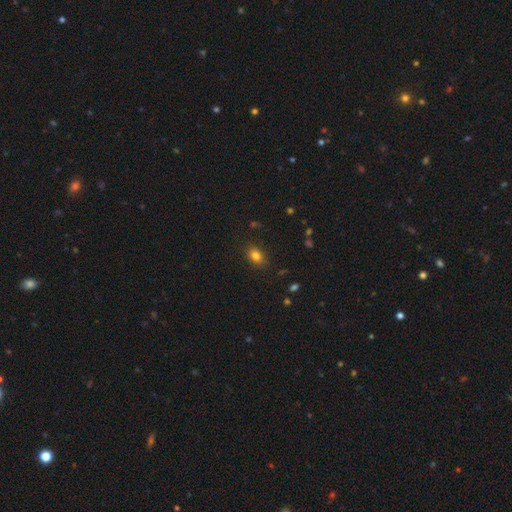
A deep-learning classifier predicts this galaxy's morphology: A smooth galaxy with no disk features (81%) that is in between round and cigar-shaped (67%).

Vote fractions:
- Smooth or featured? smooth: 81% / star or artifact: 12% / featured or disk: 7%
- How rounded? in between: 67% / round: 32% / cigar-shaped: 1%
- Merging? none: 86% / minor disturbance: 10% / major disturbance: 3% / merger: 1%